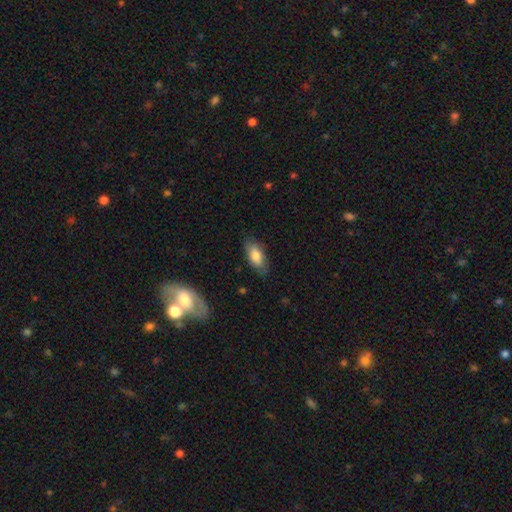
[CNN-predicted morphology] This is likely a smooth galaxy (78%). How rounded: clearly in between (86%). Merging: likely none (80%).